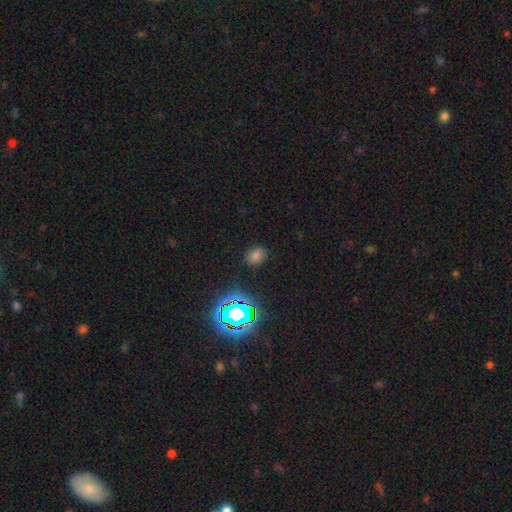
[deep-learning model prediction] Morphology: type=smooth (66%); roundness=round (51%); merging=none (85%).